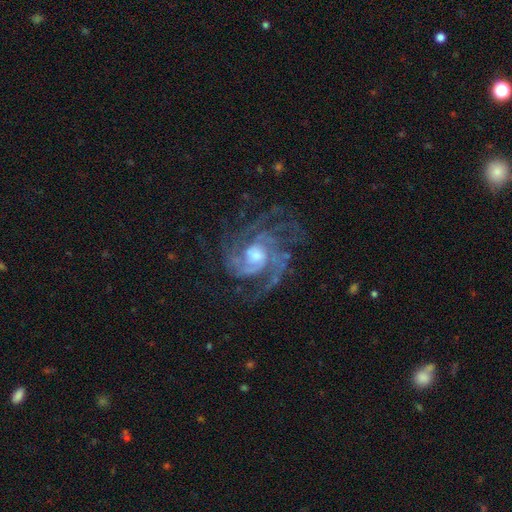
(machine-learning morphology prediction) smooth-or-featured: featured or disk: 91% | star or artifact: 5% | smooth: 4%
  disk-edge-on: no: 98% | yes: 2%
    bar: no: 66% | weak: 28% | strong: 6%
    has-spiral-arms: yes: 98% | no: 2%
      spiral-winding: tight: 47% | medium: 44% | loose: 9%
      spiral-arm-count: 3: 30% | 2: 23% | can't tell: 17% | 4: 14% | more than 4: 8% | 1: 8%
    bulge-size: moderate: 55% | small: 29% | large: 11% | none: 3% | dominant: 1%
  merging: none: 67% | minor disturbance: 16% | major disturbance: 15% | merger: 1%